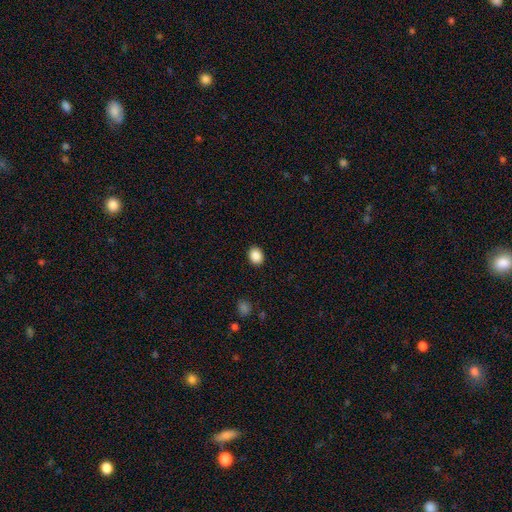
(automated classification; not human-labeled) Smooth or featured?
  - smooth: 88% *
  - star or artifact: 9%
  - featured or disk: 3%
How rounded?
  - in between: 50% *
  - round: 49%
  - cigar-shaped: 1%
Merging?
  - none: 90% *
  - minor disturbance: 7%
  - major disturbance: 2%
  - merger: 1%